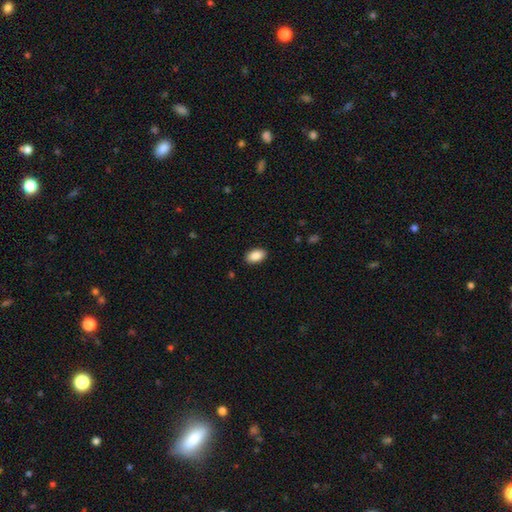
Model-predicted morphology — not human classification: smooth 89%, star or artifact 7%, featured or disk 4%. Down the decision tree: how rounded — in between (93%); merging — none (89%).